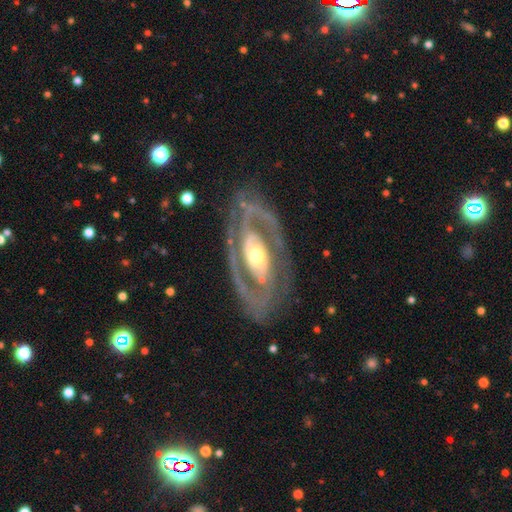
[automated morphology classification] A featured or disk galaxy (89%) with no bar (48%), 2 (85%) tight (47%) spiral arms (90%) and a moderate central bulge (66%). Merging: none (78%).